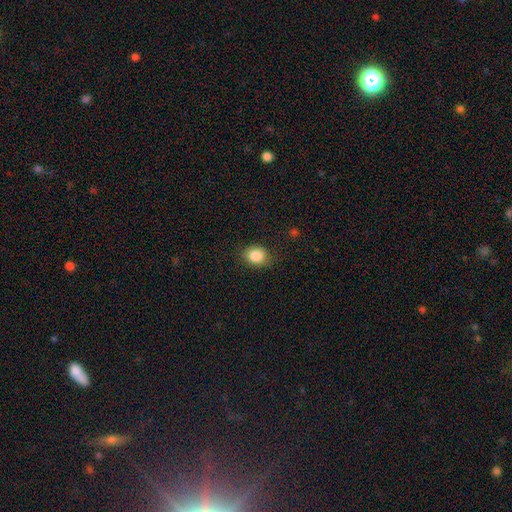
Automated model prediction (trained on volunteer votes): Smooth or featured: smooth — 86% (star or artifact — 9%)
How rounded: round — 55% (in between — 44%)
Merging: none — 80% (minor disturbance — 15%)